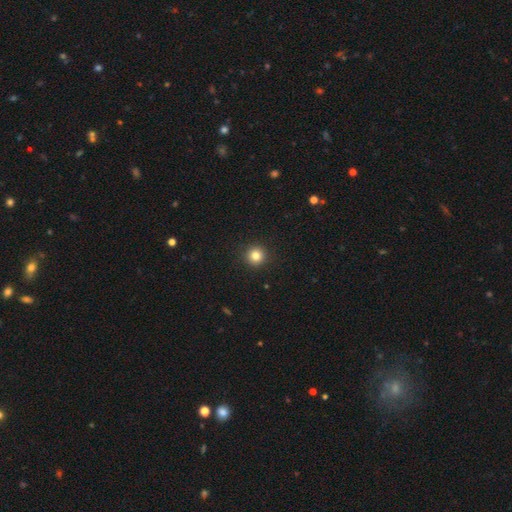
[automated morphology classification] This is clearly a smooth galaxy (82%). How rounded: clearly round (95%). Merging: clearly none (93%).